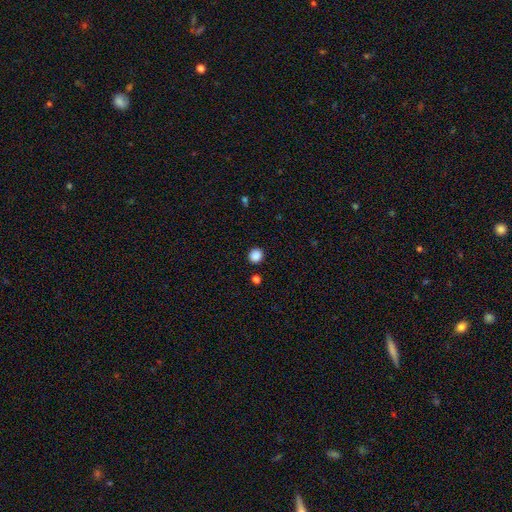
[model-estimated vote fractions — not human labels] Smooth or featured?
  - smooth: 87% *
  - star or artifact: 11%
  - featured or disk: 3%
How rounded?
  - round: 90% *
  - in between: 9%
  - cigar-shaped: 1%
Merging?
  - none: 91% *
  - minor disturbance: 5%
  - merger: 2%
  - major disturbance: 2%